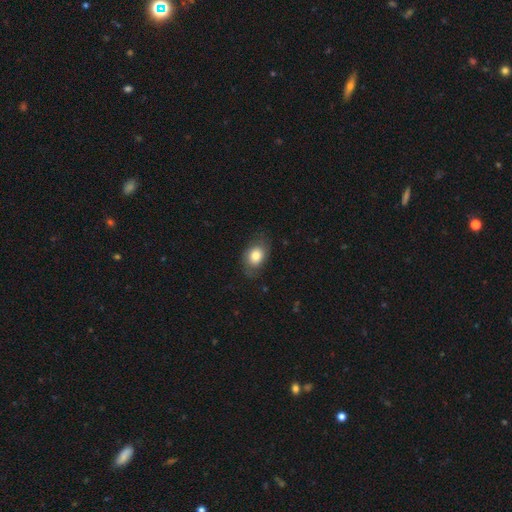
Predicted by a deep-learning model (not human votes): Smooth or featured: smooth — 75% (featured or disk — 17%)
How rounded: in between — 69% (round — 29%)
Merging: none — 71% (minor disturbance — 21%)